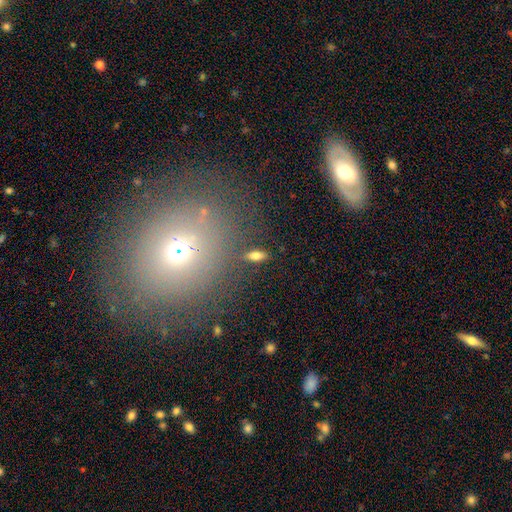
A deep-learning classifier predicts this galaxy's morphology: This appears to be a smooth galaxy with no disk features (71%) that is in between round and cigar-shaped (75%). Merging: none (84%).